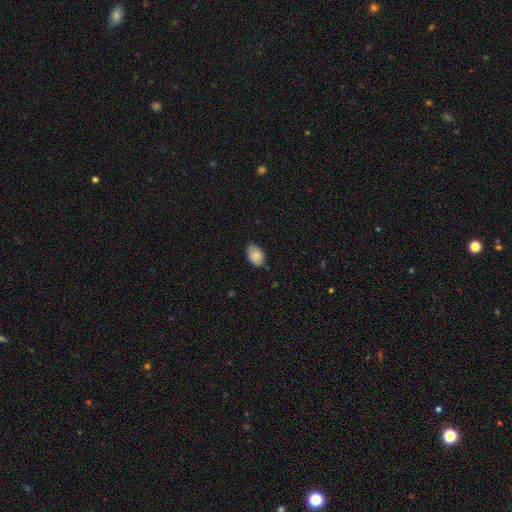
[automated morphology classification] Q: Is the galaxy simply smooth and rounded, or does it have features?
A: smooth — 83%.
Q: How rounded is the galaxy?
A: in between — 85%.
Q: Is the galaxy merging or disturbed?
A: none — 72%.